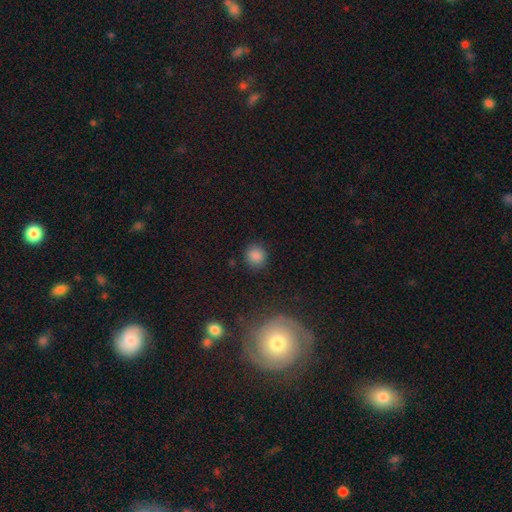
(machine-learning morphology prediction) Smooth or featured? Predicted: smooth (p=0.84). How rounded? Predicted: round (p=0.86). Merging? Predicted: none (p=0.87).